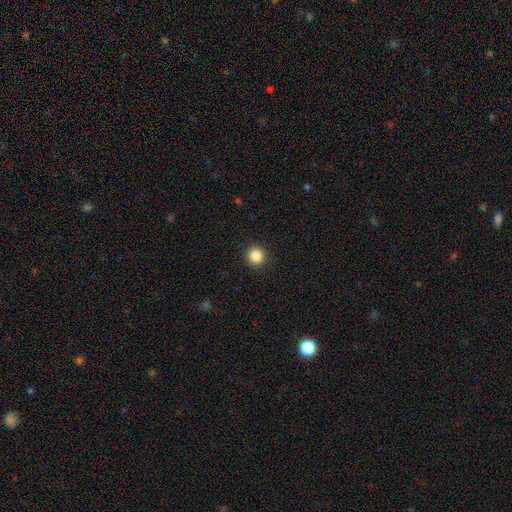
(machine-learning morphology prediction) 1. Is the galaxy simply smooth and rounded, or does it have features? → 86% smooth, 10% star or artifact, 4% featured or disk.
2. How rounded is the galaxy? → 94% round, 5% in between, 1% cigar-shaped.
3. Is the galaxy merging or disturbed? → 92% none, 5% minor disturbance, 2% major disturbance, 1% merger.